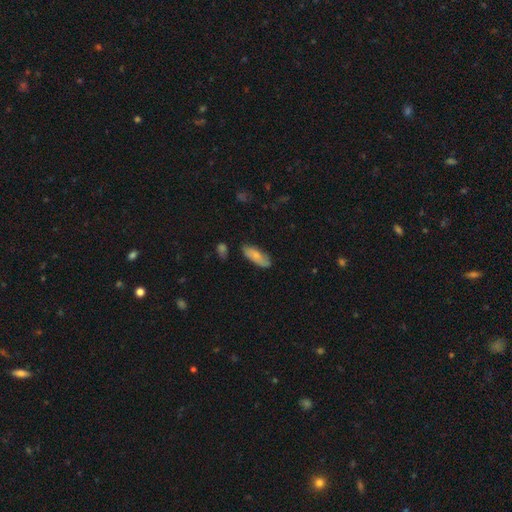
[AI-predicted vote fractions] Overall: smooth (75%). How rounded: in between (68%; cigar-shaped 30%). Merging: none (73%).